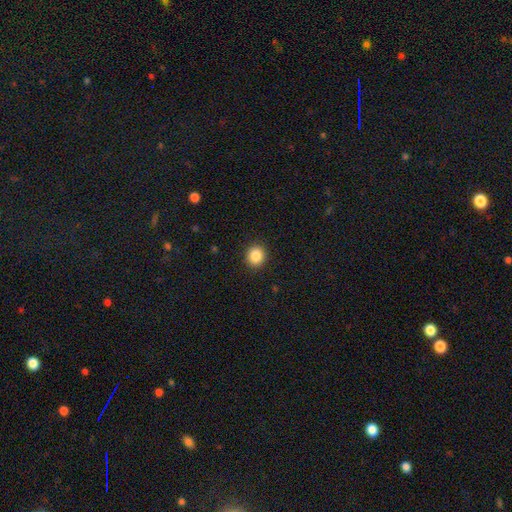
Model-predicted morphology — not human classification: The model was most divided on "how rounded": round: 82%, in between: 17%, cigar-shaped: 1%. More confident: merging — none (91%); smooth or featured — smooth (86%).